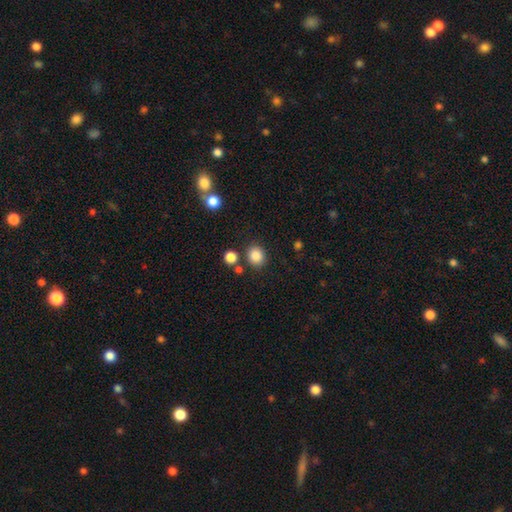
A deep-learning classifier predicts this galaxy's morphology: Smooth or featured? smooth (86%)
How rounded? round (77%)
Merging? none (82%)